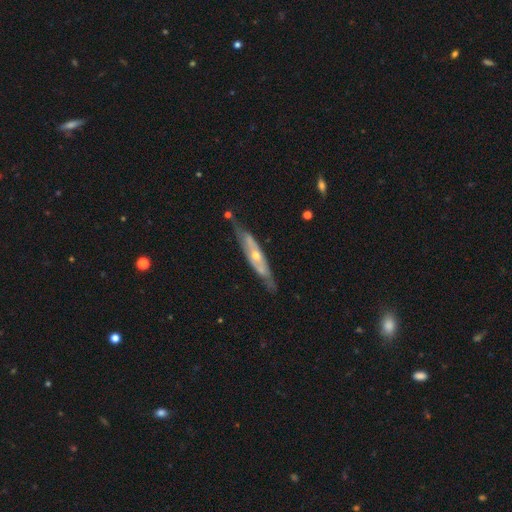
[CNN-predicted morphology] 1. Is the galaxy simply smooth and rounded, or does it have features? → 74% featured or disk, 20% smooth, 5% star or artifact.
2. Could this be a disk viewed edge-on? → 52% yes, 48% no.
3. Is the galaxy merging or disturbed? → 70% none, 21% minor disturbance, 6% major disturbance, 3% merger.